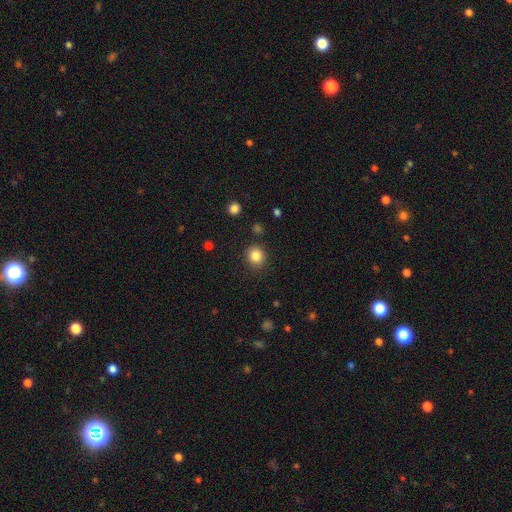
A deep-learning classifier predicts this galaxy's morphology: smooth-or-featured: smooth: 84% | star or artifact: 11% | featured or disk: 5%
  how-rounded: round: 82% | in between: 17% | cigar-shaped: 1%
  merging: none: 87% | minor disturbance: 8% | major disturbance: 3% | merger: 2%